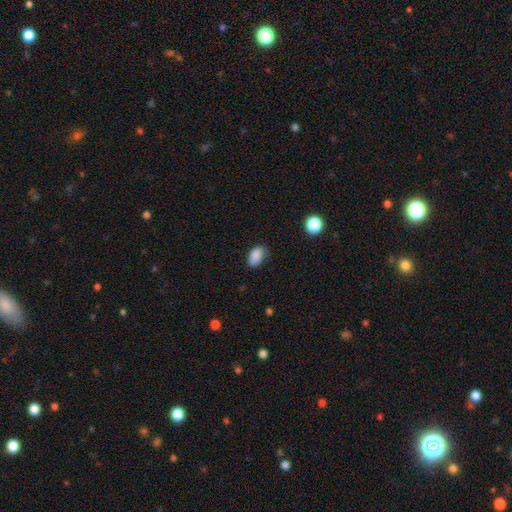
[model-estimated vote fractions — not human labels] A smooth galaxy with no disk features (87%) that is in between round and cigar-shaped (91%).

Vote fractions:
- Smooth or featured? smooth: 87% / star or artifact: 8% / featured or disk: 4%
- How rounded? in between: 91% / round: 7% / cigar-shaped: 2%
- Merging? none: 71% / minor disturbance: 23% / major disturbance: 4% / merger: 1%